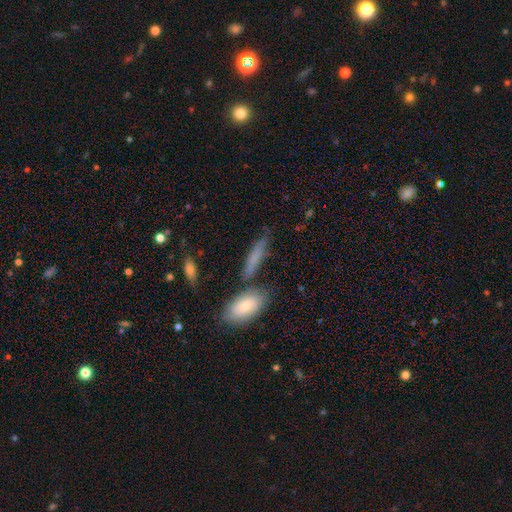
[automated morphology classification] smooth-or-featured: smooth: 70% | featured or disk: 21% | star or artifact: 9%
  how-rounded: cigar-shaped: 65% | in between: 31% | round: 4%
  merging: none: 64% | minor disturbance: 17% | merger: 14% | major disturbance: 5%